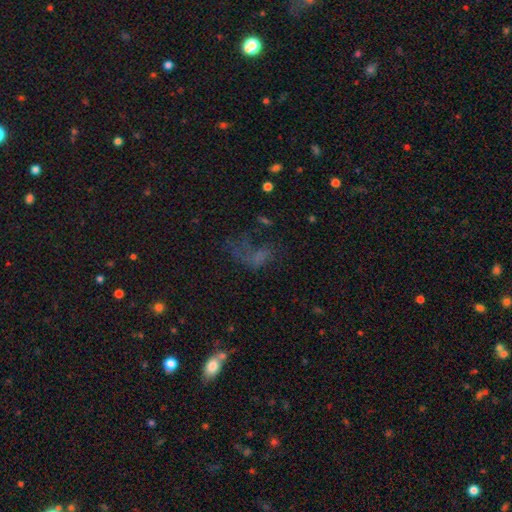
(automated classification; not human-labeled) Smooth or featured? Predicted: smooth (p=0.37). Merging? Predicted: major disturbance (p=0.45).